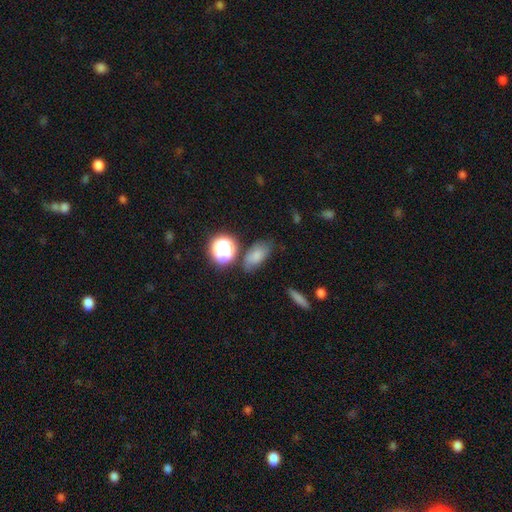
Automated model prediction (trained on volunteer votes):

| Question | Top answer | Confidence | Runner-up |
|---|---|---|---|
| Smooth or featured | smooth | 71% | featured or disk (15%) |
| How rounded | in between | 82% | round (14%) |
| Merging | none | 60% | minor disturbance (24%) |